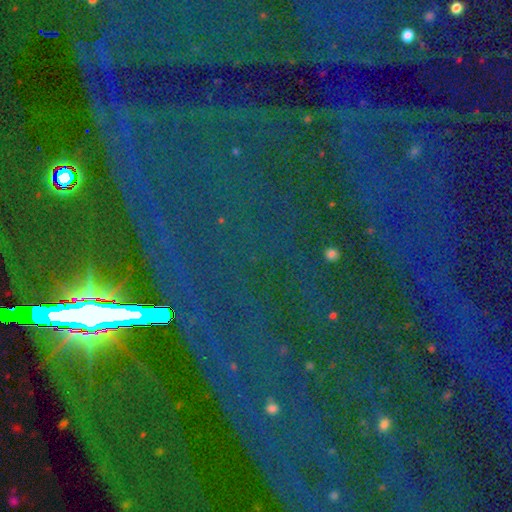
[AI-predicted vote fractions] Morphology: type=star or artifact (87%).